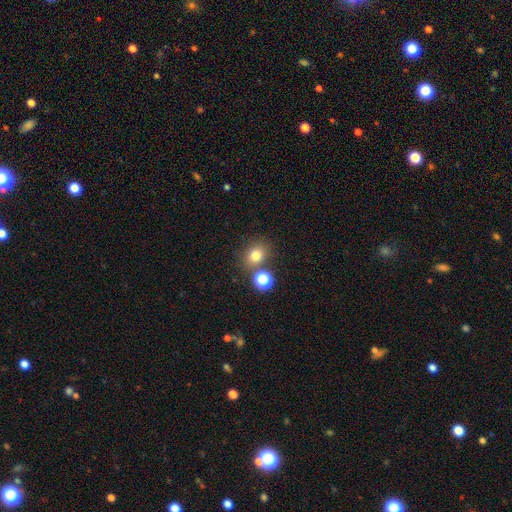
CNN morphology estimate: smooth 77%, star or artifact 16%, featured or disk 7%. Down the decision tree: how rounded — round (64%); merging — none (72%).